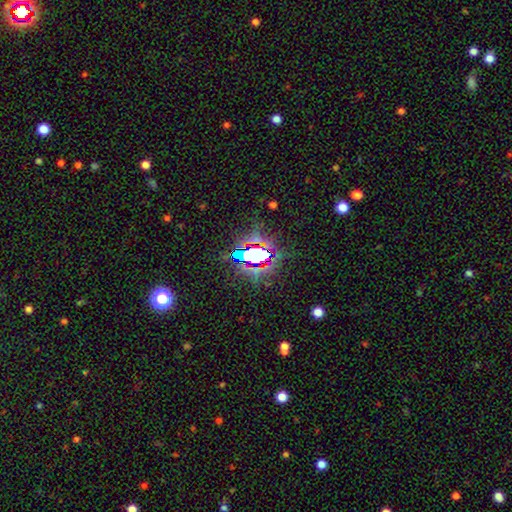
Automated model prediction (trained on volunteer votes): This is likely a star or artifact rather than a galaxy (70%).